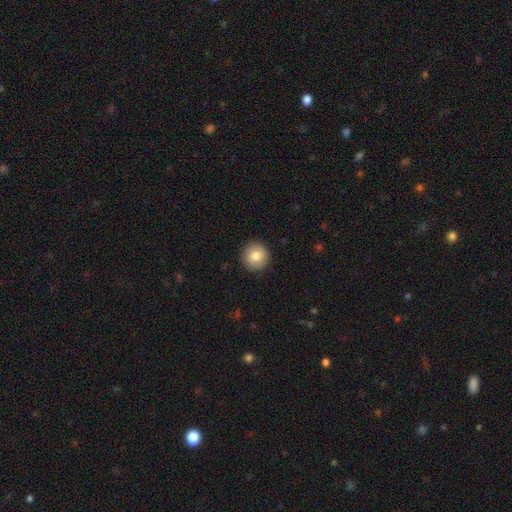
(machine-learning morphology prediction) A smooth galaxy with no disk features (83%) that is round (95%). Merging: none (92%).